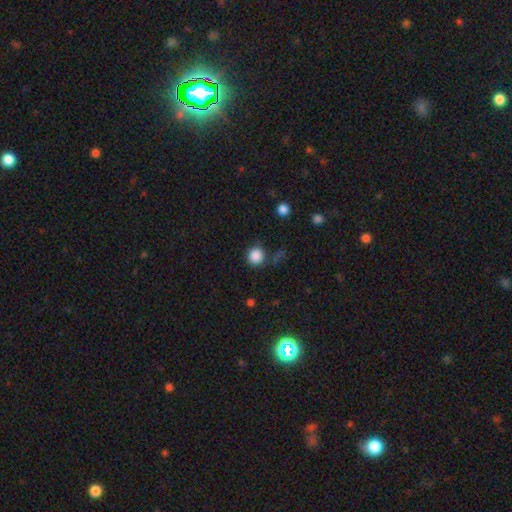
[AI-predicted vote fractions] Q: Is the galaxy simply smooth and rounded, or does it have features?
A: smooth — 86%.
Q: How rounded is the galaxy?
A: round — 93%.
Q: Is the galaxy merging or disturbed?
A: none — 80%.